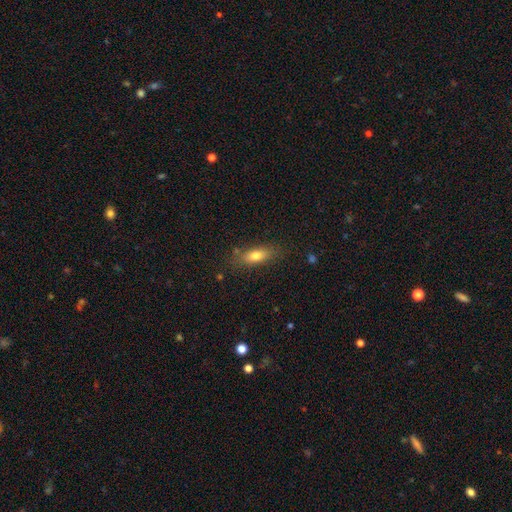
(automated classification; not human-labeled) Smooth or featured? Predicted: smooth (p=0.76). How rounded? Predicted: in between (p=0.70). Merging? Predicted: none (p=0.78).